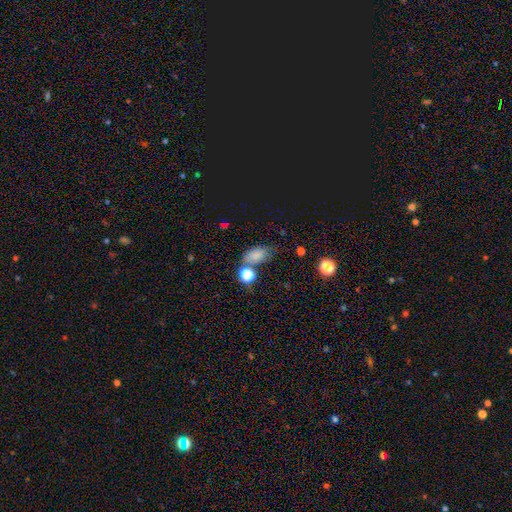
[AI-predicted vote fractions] This is likely a smooth galaxy (77%). How rounded: clearly in between (84%). Merging: possibly none (55%).